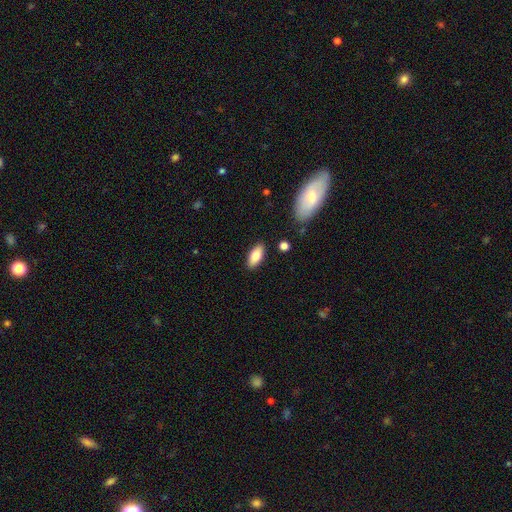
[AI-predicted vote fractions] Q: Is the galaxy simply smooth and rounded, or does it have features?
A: smooth — 78%.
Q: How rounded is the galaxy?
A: in between — 84%.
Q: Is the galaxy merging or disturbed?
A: none — 87%.